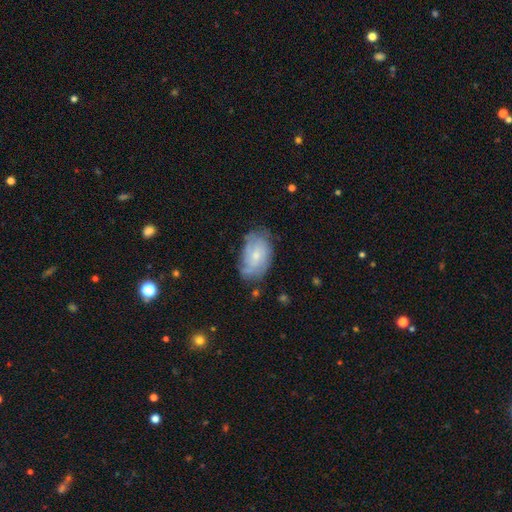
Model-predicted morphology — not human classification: type=featured or disk (52%); edge-on=no (95%); merging=none (61%).